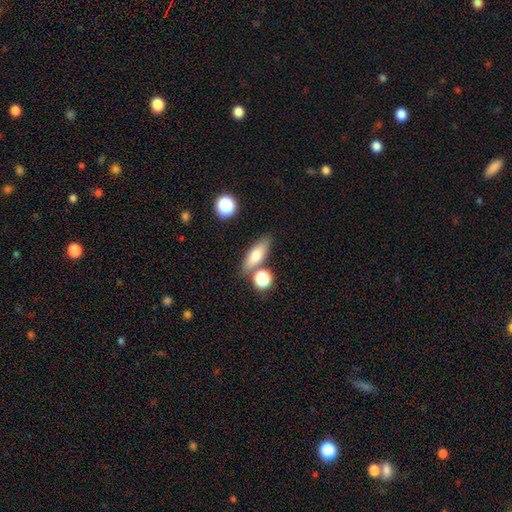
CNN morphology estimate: smooth_or_featured: smooth (p=0.71) [alt: featured or disk p=0.21]
how_rounded: in between (p=0.58) [alt: cigar-shaped p=0.34]
merging: none (p=0.73) [alt: merger p=0.13]